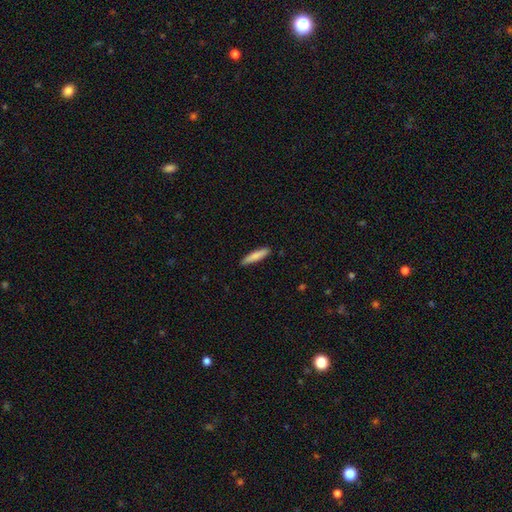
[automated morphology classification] smooth_or_featured: smooth (p=0.80) [alt: featured or disk p=0.15]
how_rounded: cigar-shaped (p=0.87) [alt: in between p=0.12]
merging: none (p=0.87) [alt: minor disturbance p=0.10]